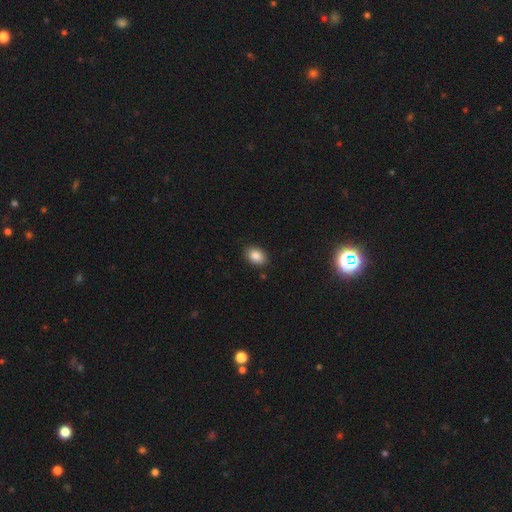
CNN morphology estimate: This is clearly a smooth galaxy (87%). How rounded: likely in between (80%). Merging: clearly none (87%).